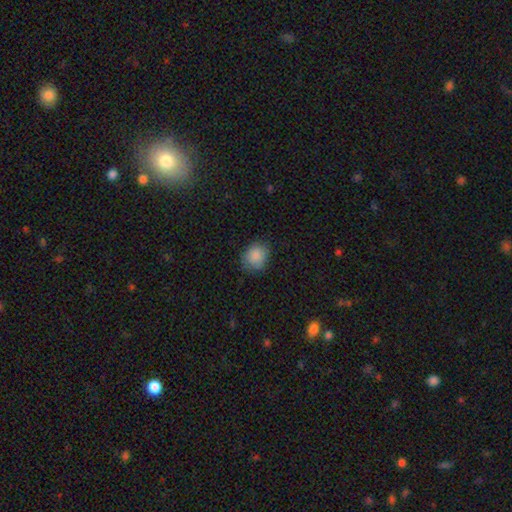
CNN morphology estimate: A smooth galaxy with no disk features (87%) that is round (62%).

Vote fractions:
- Smooth or featured? smooth: 87% / star or artifact: 8% / featured or disk: 5%
- How rounded? round: 62% / in between: 37% / cigar-shaped: 1%
- Merging? none: 76% / minor disturbance: 19% / major disturbance: 4% / merger: 1%